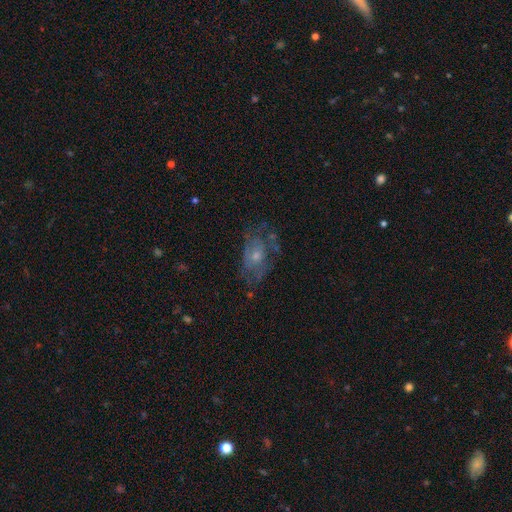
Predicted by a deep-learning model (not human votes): featured or disk 62%, smooth 28%, star or artifact 10%. Down the decision tree: edge-on disk — no (95%); bar — no (81%); spiral arms — yes (51%); bulge size — small (46%); merging — none (52%).